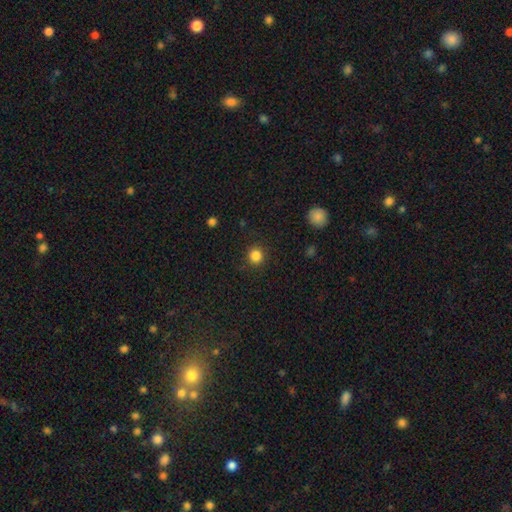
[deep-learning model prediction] A smooth galaxy with no disk features (84%) that is round (92%).

Vote fractions:
- Smooth or featured? smooth: 84% / star or artifact: 12% / featured or disk: 4%
- How rounded? round: 92% / in between: 7% / cigar-shaped: 1%
- Merging? none: 89% / minor disturbance: 7% / major disturbance: 3% / merger: 1%